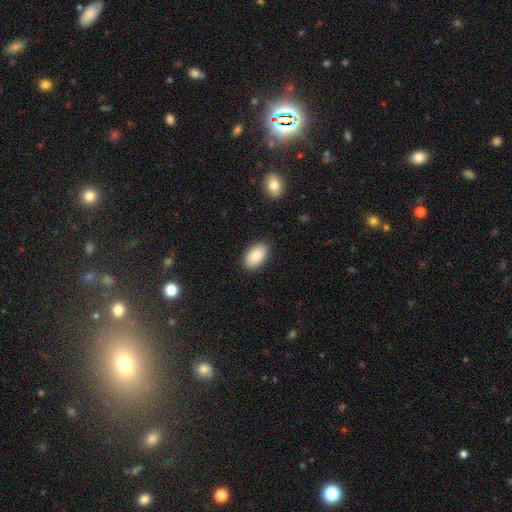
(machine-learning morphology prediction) smooth_or_featured: smooth (p=0.86) [alt: featured or disk p=0.08]
how_rounded: in between (p=0.94) [alt: round p=0.05]
merging: none (p=0.87) [alt: minor disturbance p=0.10]